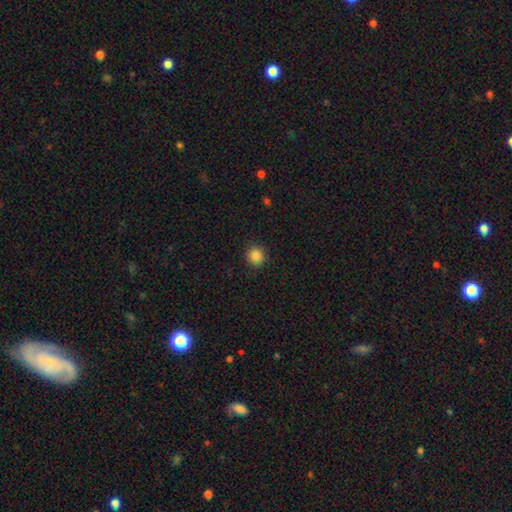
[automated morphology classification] type=smooth (86%); roundness=round (91%); merging=none (91%).